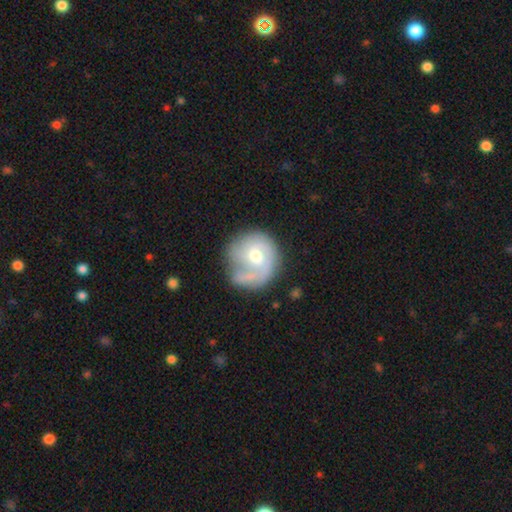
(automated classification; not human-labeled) featured or disk 67%, smooth 27%, star or artifact 6%. Down the decision tree: edge-on disk — no (98%); bar — no (66%); spiral arms — yes (84%); spiral arm count — 1 (33%); spiral winding — tight (49%); bulge size — moderate (66%); merging — none (51%).